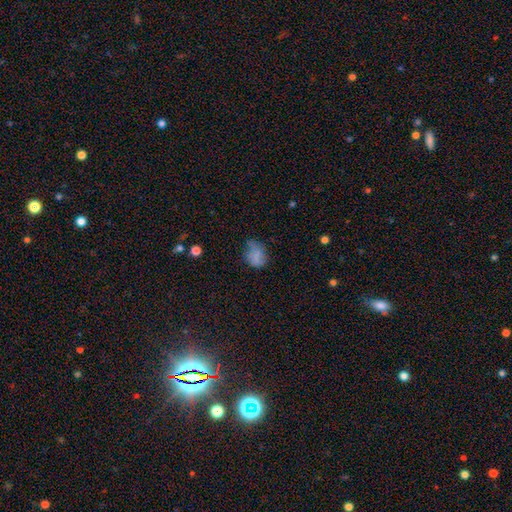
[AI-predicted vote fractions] Q: Smooth or featured?
A: smooth (70%); runner-up: featured or disk (18%)
Q: How rounded?
A: in between (59%); runner-up: round (40%)
Q: Merging?
A: none (42%); runner-up: minor disturbance (35%)